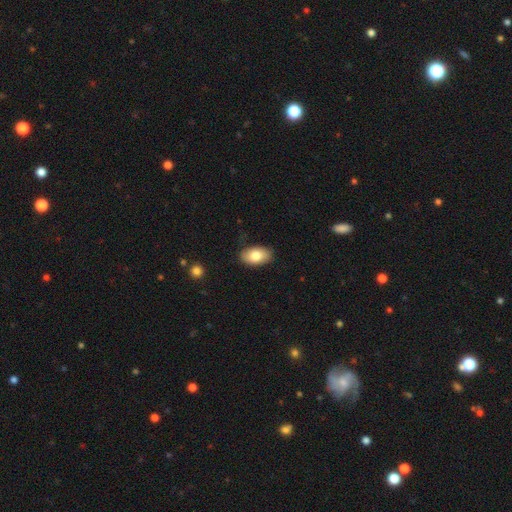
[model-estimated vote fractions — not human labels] Overall: smooth (81%). How rounded: in between (93%). Merging: none (84%).